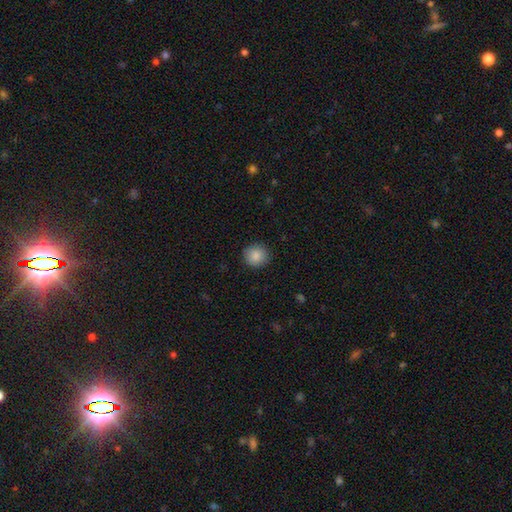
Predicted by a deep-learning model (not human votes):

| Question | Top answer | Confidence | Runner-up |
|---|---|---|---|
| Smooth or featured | smooth | 88% | star or artifact (8%) |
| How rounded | round | 90% | in between (9%) |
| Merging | none | 90% | minor disturbance (7%) |